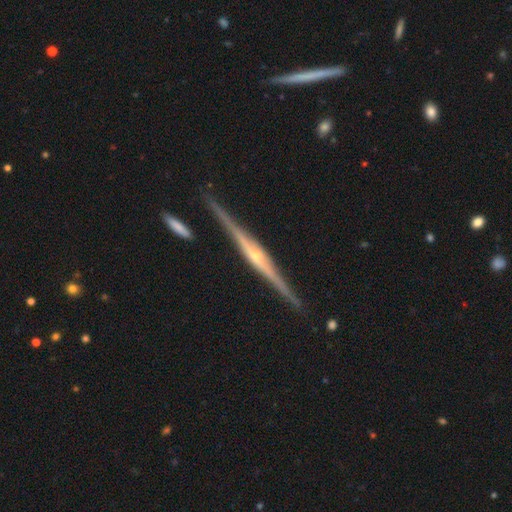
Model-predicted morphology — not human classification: The model was most divided on "edge-on bulge": rounded: 72%, boxy: 16%, none: 12%. More confident: edge-on disk — yes (98%); smooth or featured — featured or disk (88%); merging — none (88%).